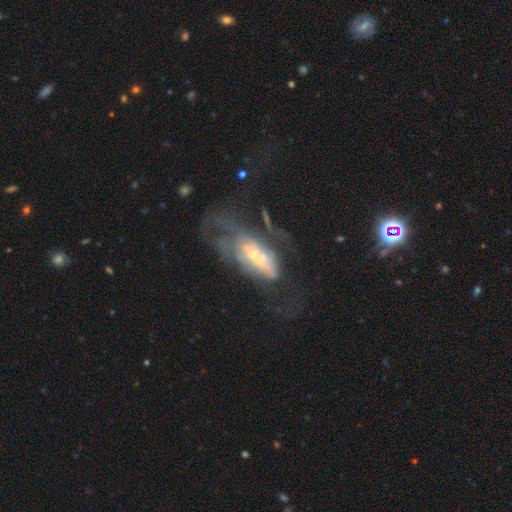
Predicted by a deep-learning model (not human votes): Smooth or featured: featured or disk — 63% (smooth — 27%)
Edge-on disk: no — 85% (yes — 15%)
Bar: no — 52% (weak — 33%)
Spiral arms: yes — 51% (no — 49%)
Bulge size: moderate — 46% (small — 27%)
Merging: major disturbance — 48% (none — 28%)